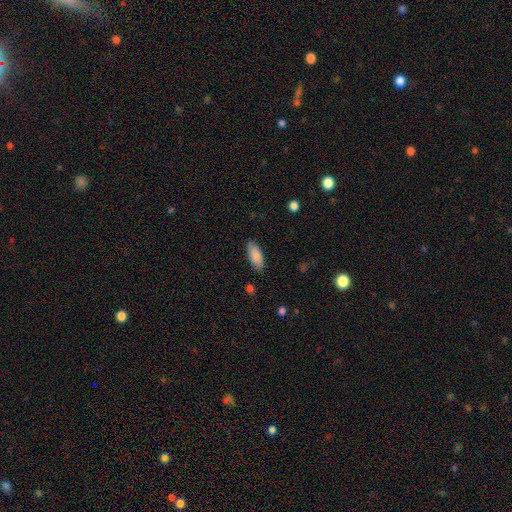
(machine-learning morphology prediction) Smooth or featured?
  - smooth: 86% *
  - featured or disk: 8%
  - star or artifact: 6%
How rounded?
  - in between: 77% *
  - cigar-shaped: 21%
  - round: 2%
Merging?
  - none: 85% *
  - minor disturbance: 11%
  - major disturbance: 2%
  - merger: 1%